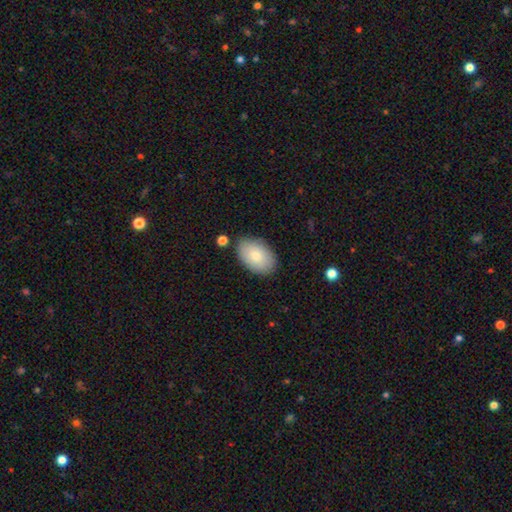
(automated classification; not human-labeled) Morphology: type=smooth (80%); roundness=in between (91%); merging=none (83%).